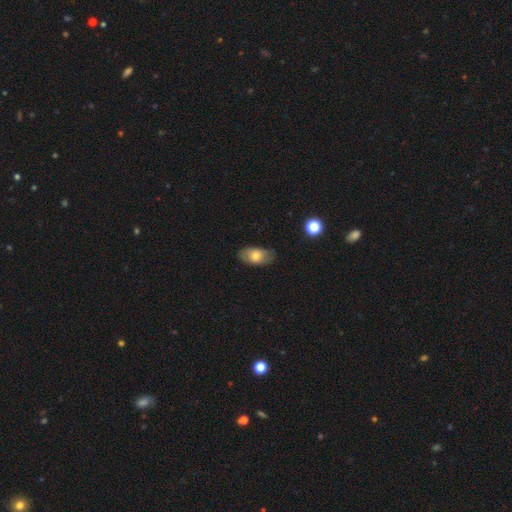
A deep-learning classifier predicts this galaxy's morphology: This appears to be a smooth galaxy with no disk features (71%) that is in between round and cigar-shaped (91%). Merging: none (80%).